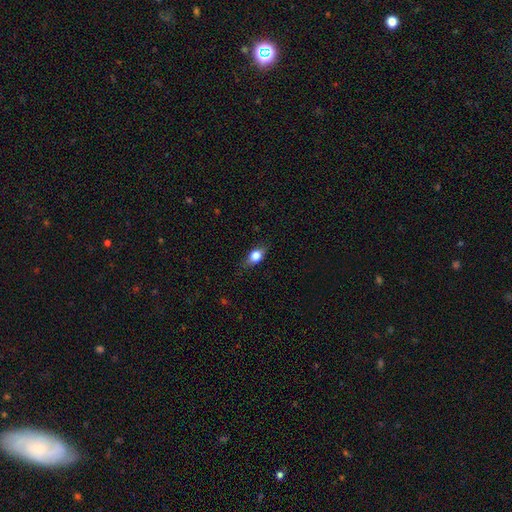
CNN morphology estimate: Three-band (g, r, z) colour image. It shows a smooth galaxy with no disk features (75%) that is in between round and cigar-shaped (72%). Merging: none (77%).